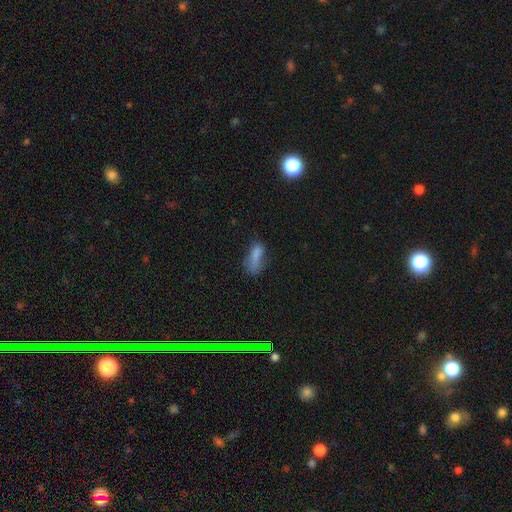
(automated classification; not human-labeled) smooth 74%, featured or disk 14%, star or artifact 12%. Down the decision tree: how rounded — in between (69%); merging — none (35%).